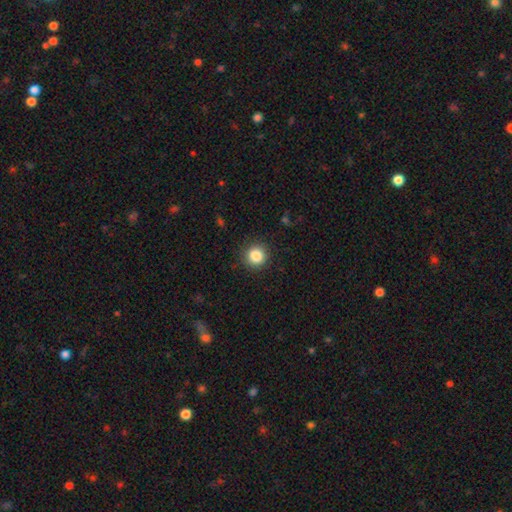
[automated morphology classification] Smooth or featured? smooth (86%)
How rounded? round (91%)
Merging? none (89%)